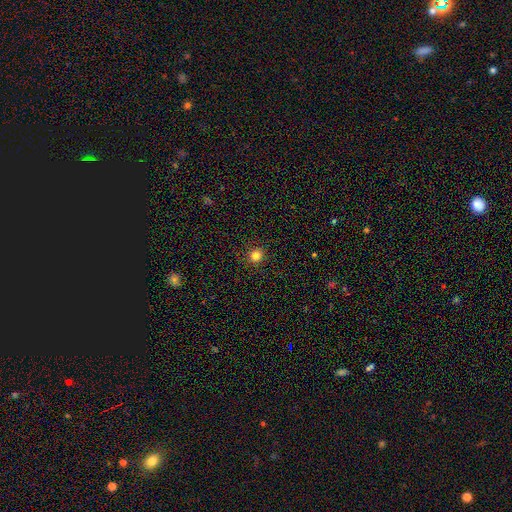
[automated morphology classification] Overall: smooth (82%). How rounded: round (92%). Merging: none (91%).